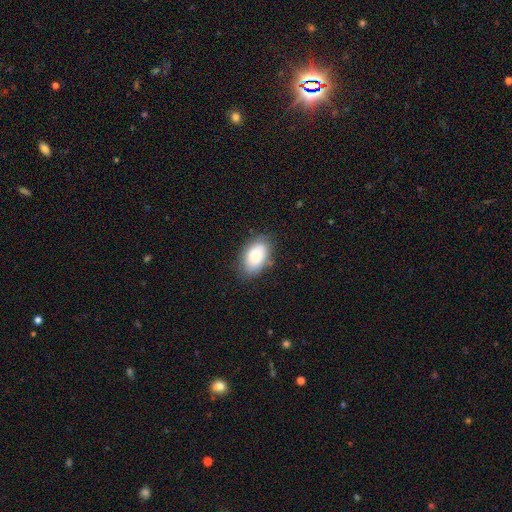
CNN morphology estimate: Q: Smooth or featured?
A: smooth (81%); runner-up: featured or disk (12%)
Q: How rounded?
A: in between (92%); runner-up: round (7%)
Q: Merging?
A: none (79%); runner-up: minor disturbance (16%)